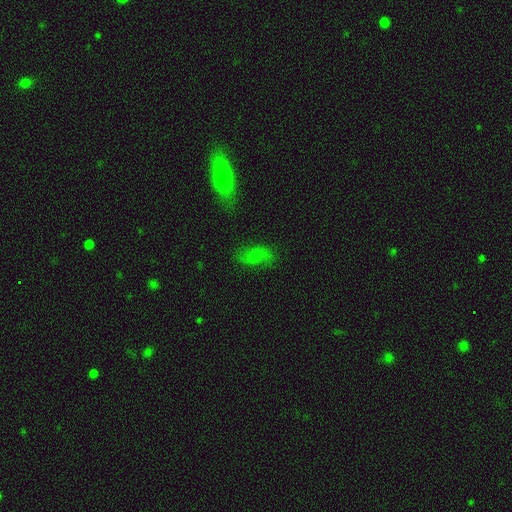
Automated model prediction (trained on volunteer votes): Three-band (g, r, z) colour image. It shows a smooth galaxy with no disk features (55%) that is in between round and cigar-shaped (87%). Merging: none (65%).